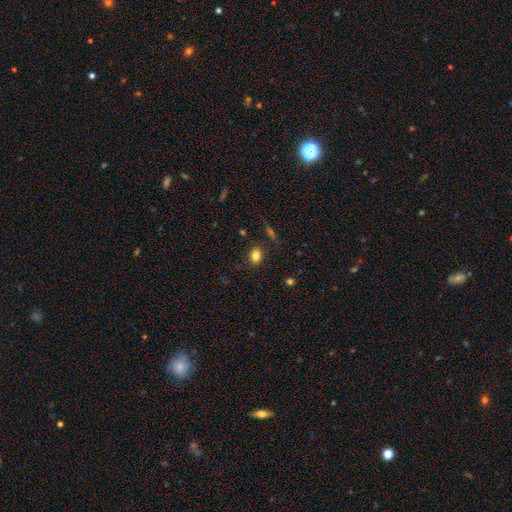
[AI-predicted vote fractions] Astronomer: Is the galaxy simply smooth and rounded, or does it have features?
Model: smooth — 83%.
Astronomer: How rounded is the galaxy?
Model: in between — 67%.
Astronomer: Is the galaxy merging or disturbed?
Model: none — 85%.